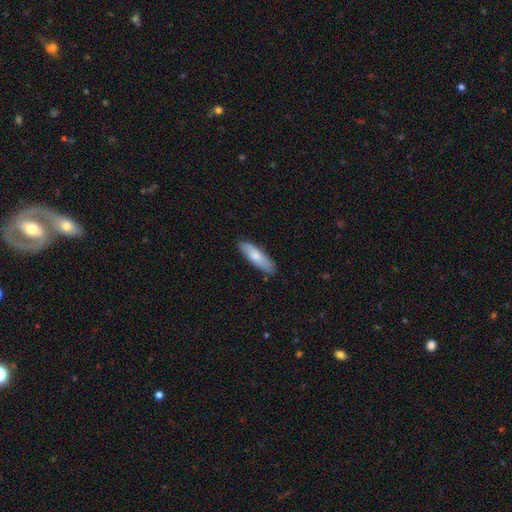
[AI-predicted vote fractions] smooth 77%, featured or disk 18%, star or artifact 5%. Down the decision tree: how rounded — cigar-shaped (58%); merging — none (84%).